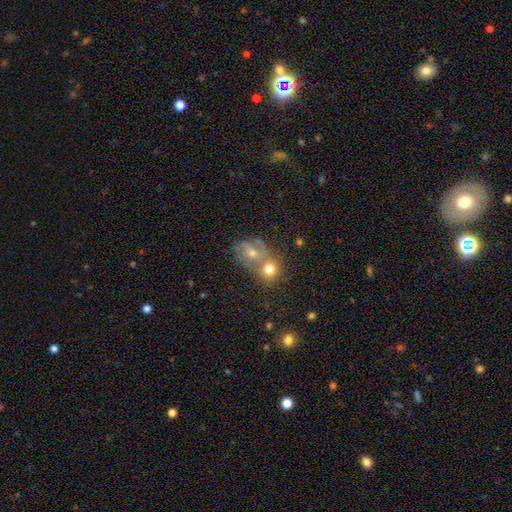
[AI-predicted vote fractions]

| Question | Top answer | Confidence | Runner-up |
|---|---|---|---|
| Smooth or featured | featured or disk | 40% | smooth (39%) |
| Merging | merger | 46% | none (38%) |